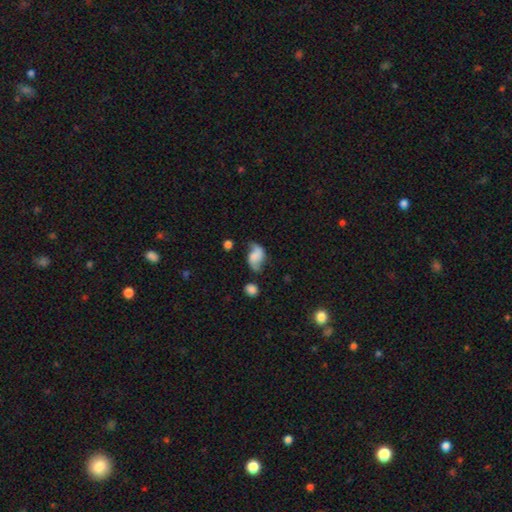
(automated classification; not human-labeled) The model was most divided on "smooth or featured": featured or disk: 54%, smooth: 37%, star or artifact: 9%. Remaining: edge-on disk — no (96%); spiral arms — yes (88%); bar — no (57%); merging — none (50%); bulge size — none (42%).